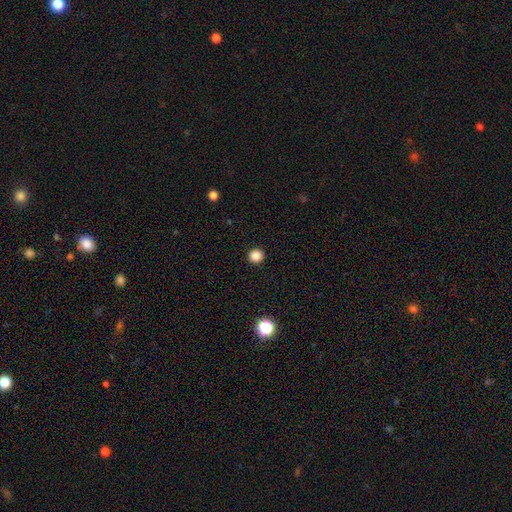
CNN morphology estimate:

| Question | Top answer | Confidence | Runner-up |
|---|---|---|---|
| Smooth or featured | smooth | 85% | star or artifact (12%) |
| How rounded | round | 95% | in between (4%) |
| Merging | none | 93% | minor disturbance (4%) |